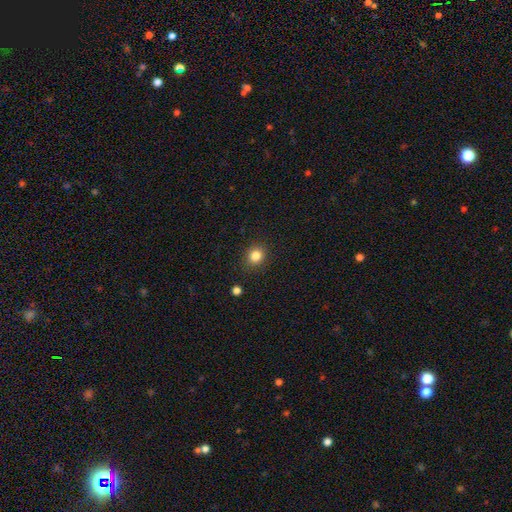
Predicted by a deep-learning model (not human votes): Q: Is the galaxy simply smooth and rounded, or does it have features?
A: smooth — 83%.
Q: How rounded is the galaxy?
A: round — 79%.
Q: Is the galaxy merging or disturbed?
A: none — 89%.